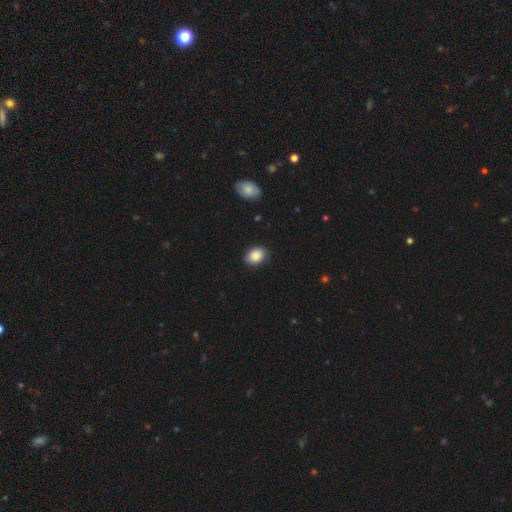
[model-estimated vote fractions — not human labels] The model was most divided on "how rounded": in between: 73%, round: 26%, cigar-shaped: 1%. More confident: smooth or featured — smooth (88%); merging — none (86%).